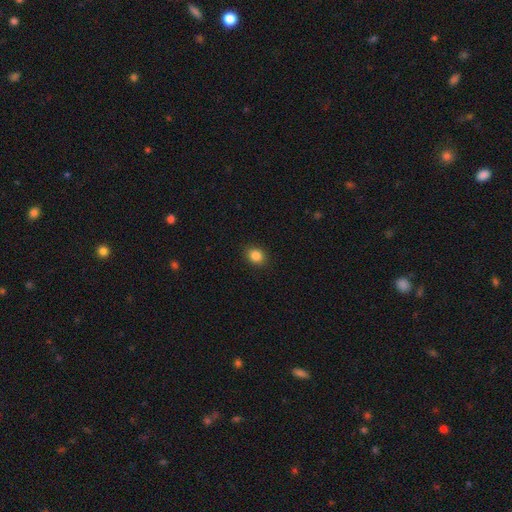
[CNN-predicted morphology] smooth-or-featured: smooth: 85% | star or artifact: 10% | featured or disk: 4%
  how-rounded: round: 65% | in between: 34% | cigar-shaped: 1%
  merging: none: 90% | minor disturbance: 7% | major disturbance: 2% | merger: 1%